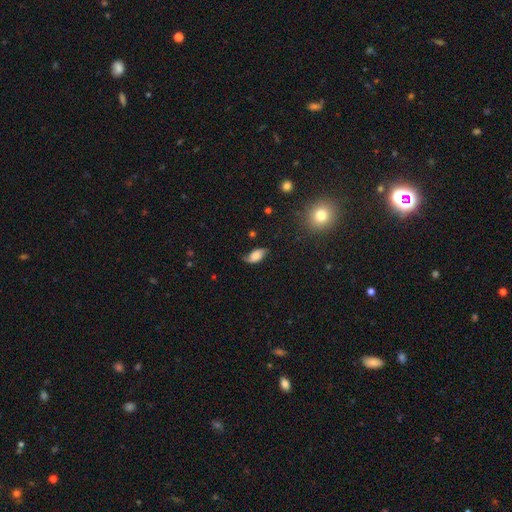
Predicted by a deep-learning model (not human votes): Overall: smooth (63%; featured or disk 27%). How rounded: in between (90%). Merging: none (56%; minor disturbance 31%).